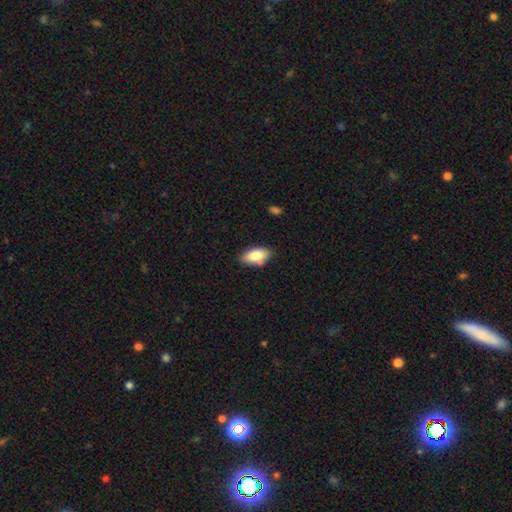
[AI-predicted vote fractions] Smooth or featured: smooth — 82% (featured or disk — 10%)
How rounded: in between — 92% (cigar-shaped — 5%)
Merging: none — 77% (minor disturbance — 15%)